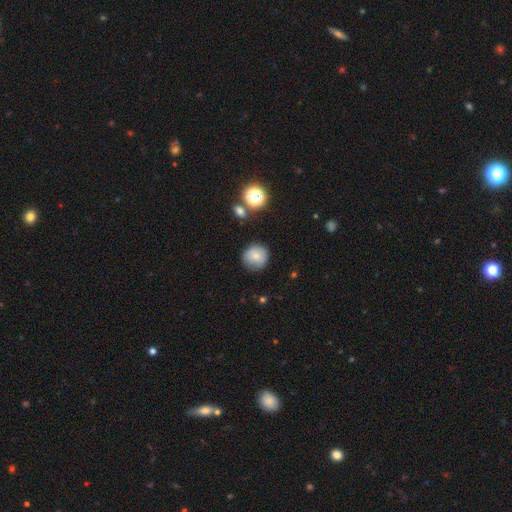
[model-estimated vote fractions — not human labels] The model was most divided on "smooth or featured": smooth: 77%, featured or disk: 12%, star or artifact: 11%. More confident: how rounded — round (93%); merging — none (83%).